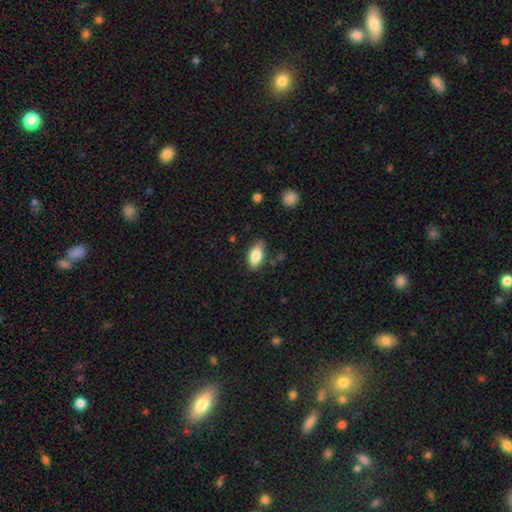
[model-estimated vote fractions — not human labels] Smooth or featured? smooth (78%)
How rounded? in between (87%)
Merging? none (78%)